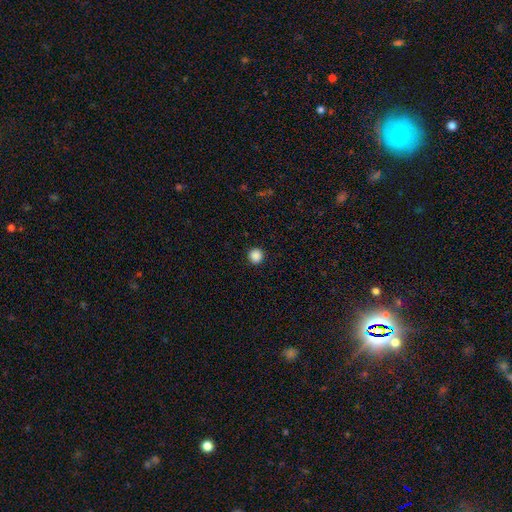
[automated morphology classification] smooth 88%, star or artifact 10%, featured or disk 2%. Down the decision tree: how rounded — round (96%); merging — none (93%).